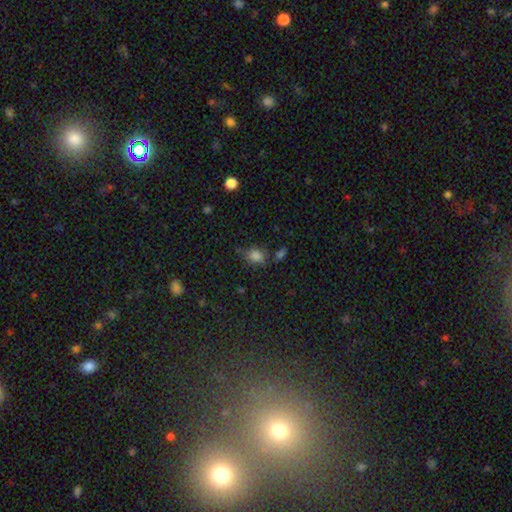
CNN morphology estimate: smooth 81%, star or artifact 14%, featured or disk 6%. Down the decision tree: how rounded — in between (56%); merging — none (62%).